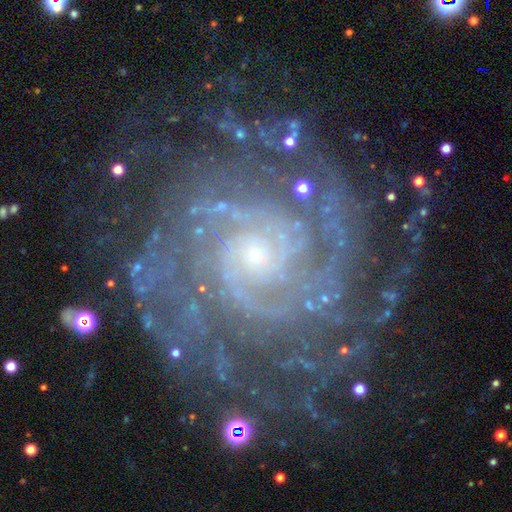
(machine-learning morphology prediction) Overall: featured or disk (91%). Edge-on disk: no (98%). Bar: no (70%). Spiral arms: yes (98%). Spiral arm count: 2 (27%; can't tell 19%). Spiral winding: tight (76%). Bulge size: small (66%; moderate 29%). Merging: none (76%).